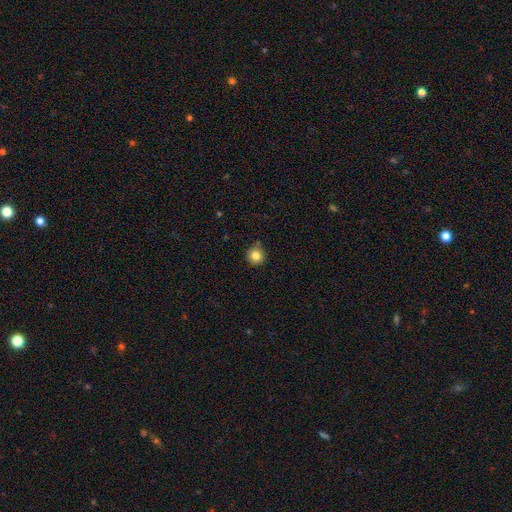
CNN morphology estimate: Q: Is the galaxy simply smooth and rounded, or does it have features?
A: smooth — 83%.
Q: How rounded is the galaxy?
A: round — 94%.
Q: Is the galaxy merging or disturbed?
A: none — 86%.